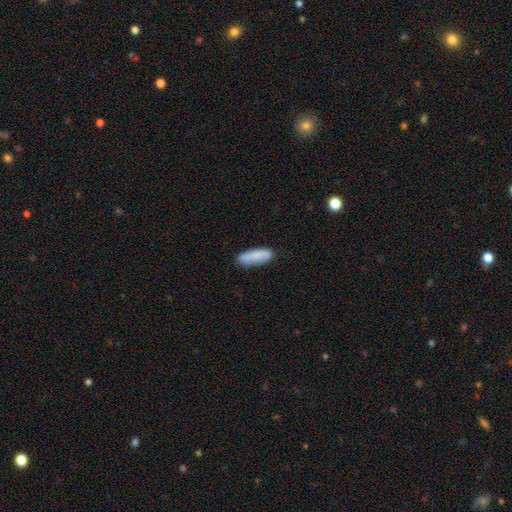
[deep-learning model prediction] Smooth or featured: smooth — 82% (featured or disk — 12%)
How rounded: cigar-shaped — 52% (in between — 46%)
Merging: none — 80% (minor disturbance — 15%)